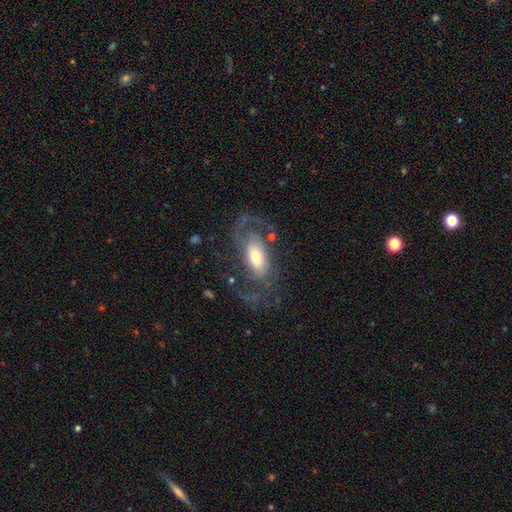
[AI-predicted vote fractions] Smooth or featured? featured or disk (82%)
Edge-on disk? no (95%)
Bar? no (46%)
Spiral arms? yes (94%)
Spiral winding? medium (50%)
Spiral arm count? 2 (76%)
Bulge size? moderate (49%)
Merging? none (62%)